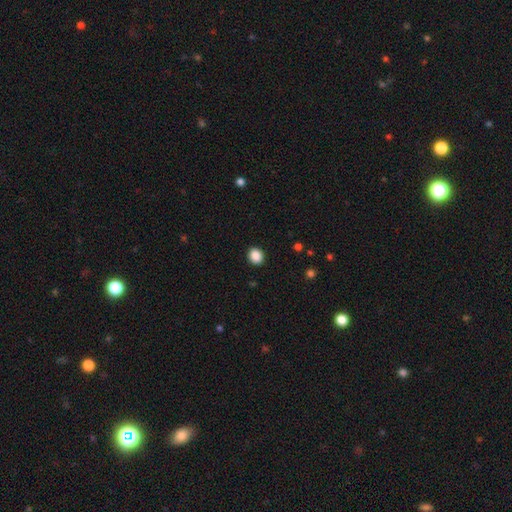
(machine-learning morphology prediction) A smooth galaxy with no disk features (88%) that is round (67%).

Vote fractions:
- Smooth or featured? smooth: 88% / star or artifact: 9% / featured or disk: 3%
- How rounded? round: 67% / in between: 32% / cigar-shaped: 1%
- Merging? none: 91% / minor disturbance: 6% / major disturbance: 2% / merger: 1%